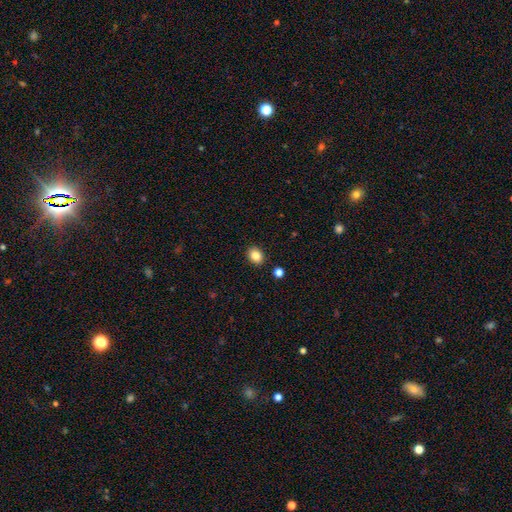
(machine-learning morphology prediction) Smooth or featured? Predicted: smooth (p=0.85). How rounded? Predicted: in between (p=0.50). Merging? Predicted: none (p=0.90).